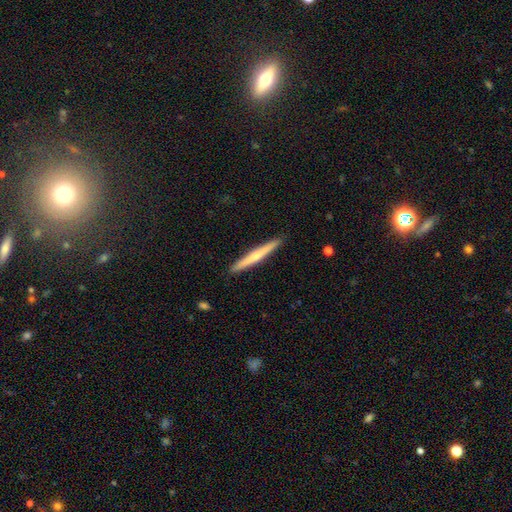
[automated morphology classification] This is possibly a smooth galaxy (52%). How rounded: clearly cigar-shaped (97%). Merging: clearly none (92%).